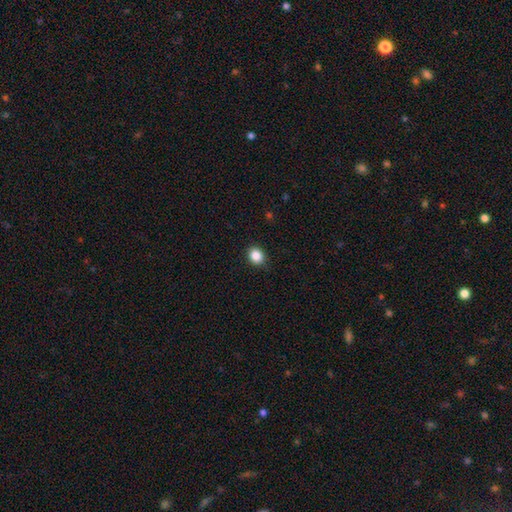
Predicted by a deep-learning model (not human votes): Smooth or featured? Predicted: smooth (p=0.86). How rounded? Predicted: round (p=0.71). Merging? Predicted: none (p=0.89).